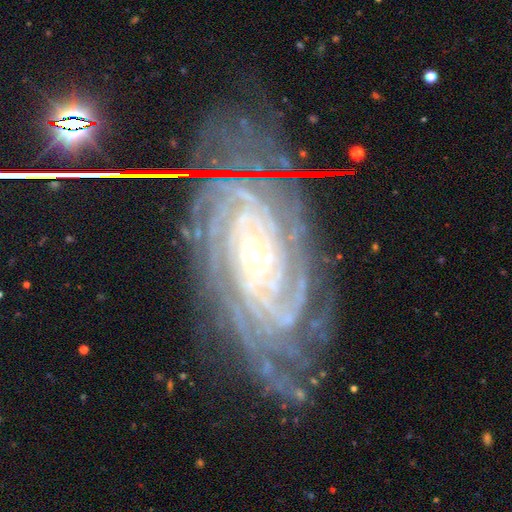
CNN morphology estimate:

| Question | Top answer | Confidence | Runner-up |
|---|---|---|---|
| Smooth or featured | featured or disk | 89% | star or artifact (7%) |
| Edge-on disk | no | 96% | yes (4%) |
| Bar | no | 60% | weak (24%) |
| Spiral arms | yes | 98% | no (2%) |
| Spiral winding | tight | 82% | medium (16%) |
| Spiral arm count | more than 4 | 27% | 4 (22%) |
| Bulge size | small | 80% | moderate (15%) |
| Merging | none | 74% | minor disturbance (18%) |